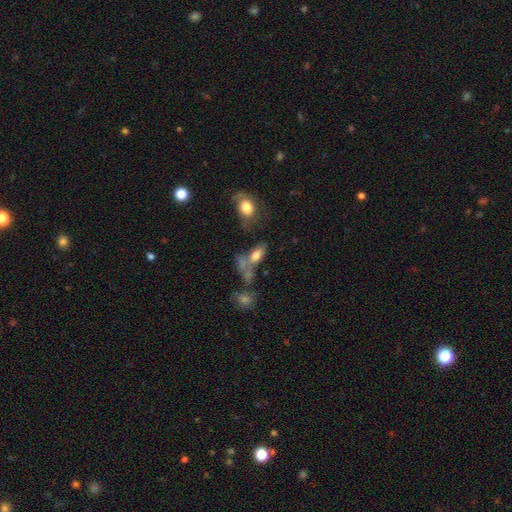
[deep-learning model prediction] Q: Smooth or featured?
A: smooth (71%); runner-up: featured or disk (17%)
Q: How rounded?
A: in between (81%); runner-up: cigar-shaped (12%)
Q: Merging?
A: none (37%); runner-up: merger (34%)